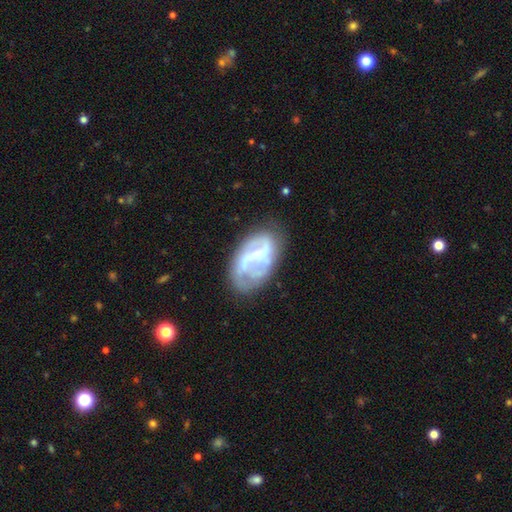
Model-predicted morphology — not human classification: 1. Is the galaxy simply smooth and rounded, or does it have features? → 68% featured or disk, 24% smooth, 8% star or artifact.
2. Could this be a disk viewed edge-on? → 97% no, 3% yes.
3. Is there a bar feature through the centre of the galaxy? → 39% weak, 38% no, 23% strong.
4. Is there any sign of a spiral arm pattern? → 69% yes, 31% no.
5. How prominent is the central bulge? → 46% none, 37% small, 13% moderate, 3% large, 1% dominant.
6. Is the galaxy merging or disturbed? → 57% none, 23% minor disturbance, 16% major disturbance, 4% merger.